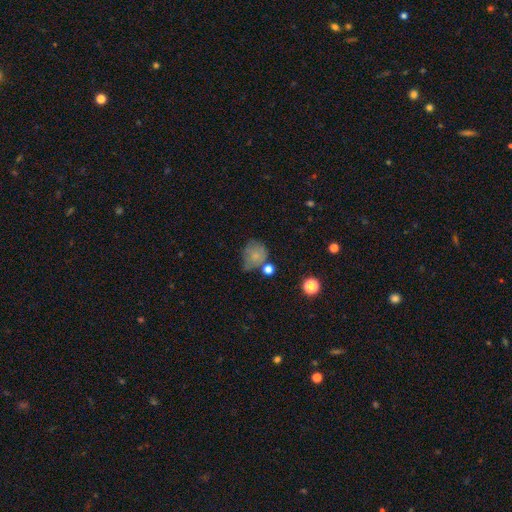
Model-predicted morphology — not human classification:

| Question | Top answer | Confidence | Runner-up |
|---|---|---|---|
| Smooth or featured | smooth | 71% | featured or disk (17%) |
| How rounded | round | 65% | in between (34%) |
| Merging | none | 40% | minor disturbance (30%) |